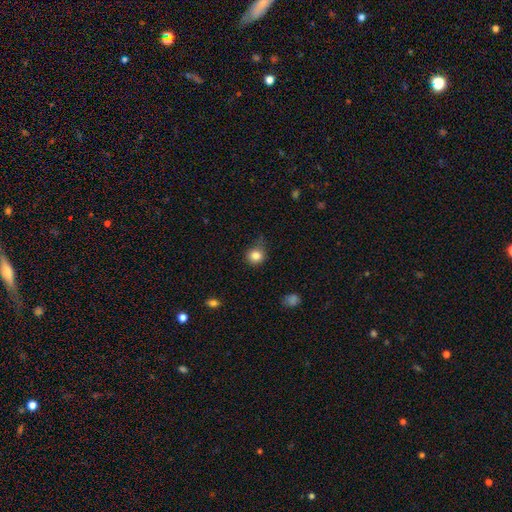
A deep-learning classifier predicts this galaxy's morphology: A smooth galaxy with no disk features (83%) that is round (89%). Merging: none (69%).